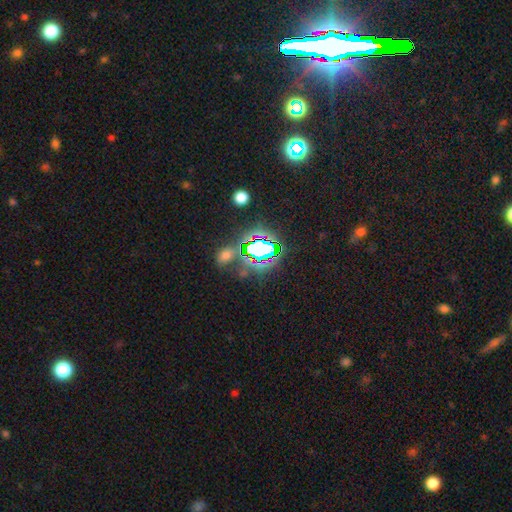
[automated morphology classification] Overall: star or artifact (80%).